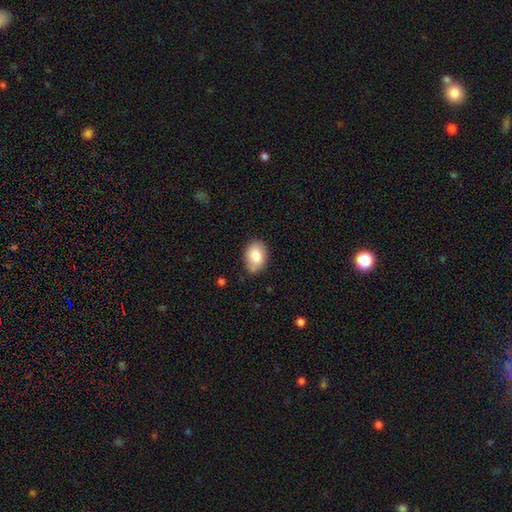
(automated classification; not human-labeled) This is clearly a smooth galaxy (80%). How rounded: likely in between (79%). Merging: likely none (76%).